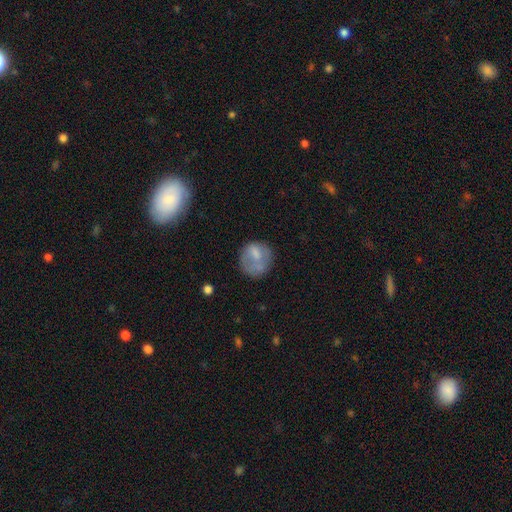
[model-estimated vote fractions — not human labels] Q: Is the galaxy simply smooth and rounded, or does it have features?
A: smooth — 65%.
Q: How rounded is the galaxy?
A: round — 78%.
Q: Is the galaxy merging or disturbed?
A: none — 55%.